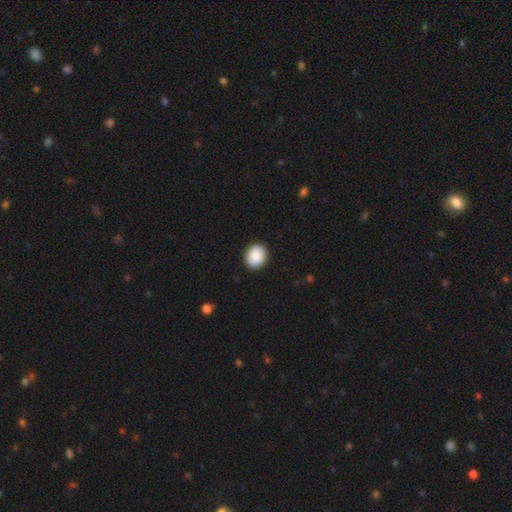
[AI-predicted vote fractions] This is clearly a smooth galaxy (89%). How rounded: likely round (64%). Merging: clearly none (91%).